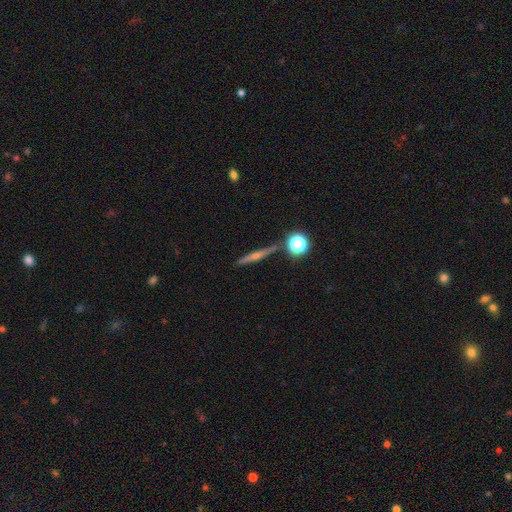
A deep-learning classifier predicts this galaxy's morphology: A featured or disk galaxy (62%) viewed edge-on (96%) with a rounded central bulge (78%).

Vote fractions:
- Smooth or featured? featured or disk: 62% / smooth: 26% / star or artifact: 12%
- Edge-on disk? yes: 96% / no: 4%
- Edge-on bulge? rounded: 78% / none: 14% / boxy: 7%
- Merging? none: 87% / minor disturbance: 7% / merger: 4% / major disturbance: 2%